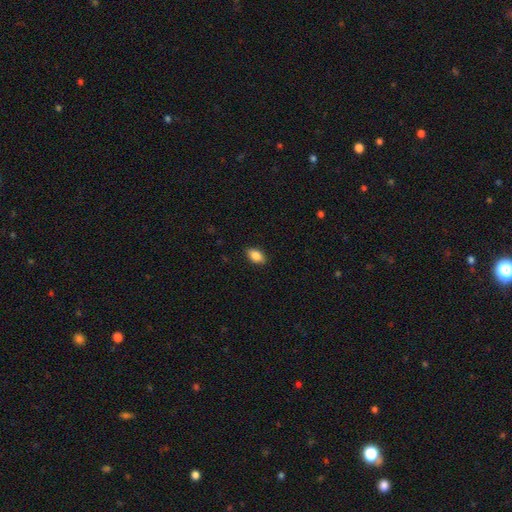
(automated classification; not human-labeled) smooth-or-featured: smooth: 88% | star or artifact: 7% | featured or disk: 5%
  how-rounded: in between: 91% | round: 6% | cigar-shaped: 3%
  merging: none: 88% | minor disturbance: 9% | major disturbance: 2% | merger: 1%